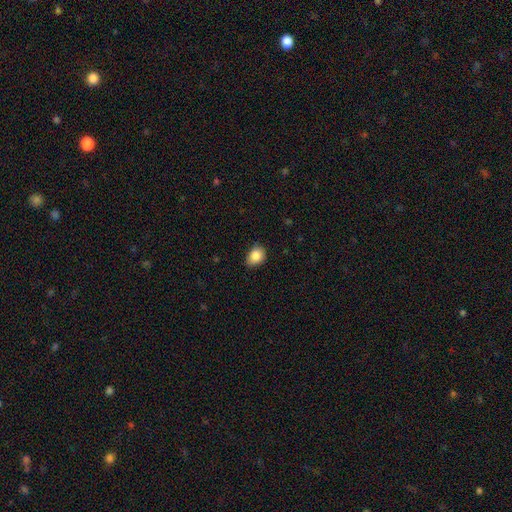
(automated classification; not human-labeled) Smooth or featured: smooth — 85% (star or artifact — 9%)
How rounded: in between — 66% (round — 33%)
Merging: none — 73% (minor disturbance — 23%)